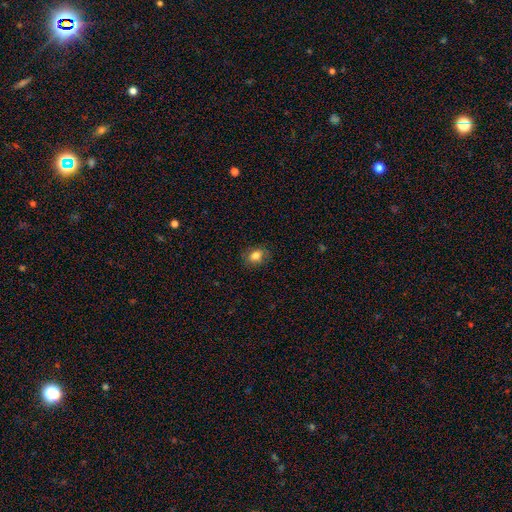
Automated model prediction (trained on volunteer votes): A smooth galaxy with no disk features (80%) that is in between round and cigar-shaped (59%). Merging: none (81%).